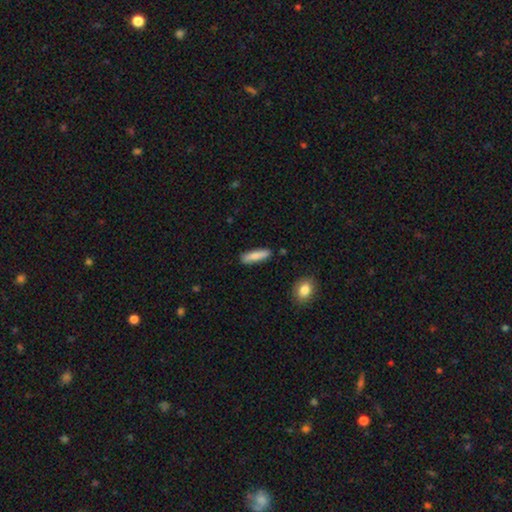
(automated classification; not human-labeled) A smooth galaxy with no disk features (83%) that is cigar-shaped (72%). Merging: none (87%).